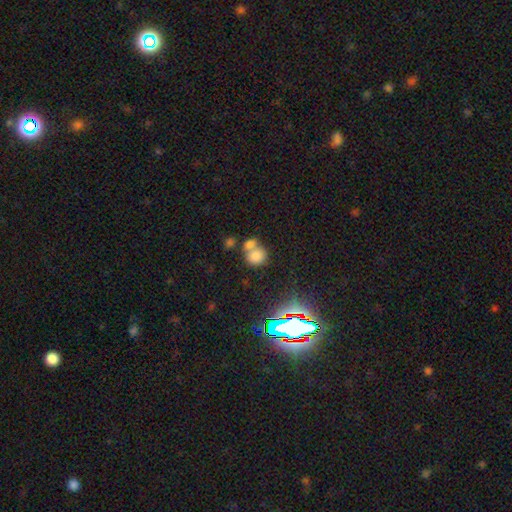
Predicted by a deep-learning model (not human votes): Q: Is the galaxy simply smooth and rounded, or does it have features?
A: smooth — 75%.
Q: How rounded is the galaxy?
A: round — 74%.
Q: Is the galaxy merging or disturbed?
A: merger — 52%.